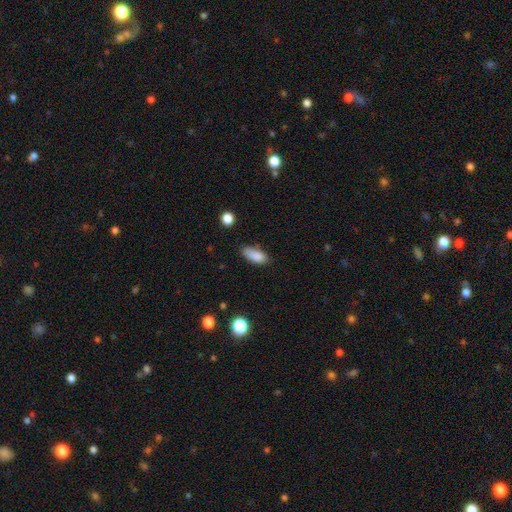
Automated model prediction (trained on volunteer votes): smooth-or-featured: smooth: 86% | star or artifact: 9% | featured or disk: 6%
  how-rounded: in between: 82% | cigar-shaped: 15% | round: 3%
  merging: none: 67% | minor disturbance: 25% | major disturbance: 5% | merger: 3%